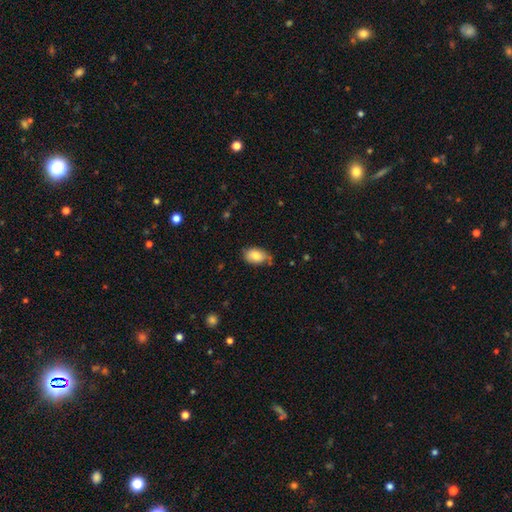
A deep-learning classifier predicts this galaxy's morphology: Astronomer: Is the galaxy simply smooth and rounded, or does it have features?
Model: smooth — 82%.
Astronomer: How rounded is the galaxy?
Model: in between — 89%.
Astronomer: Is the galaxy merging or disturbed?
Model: none — 64%.